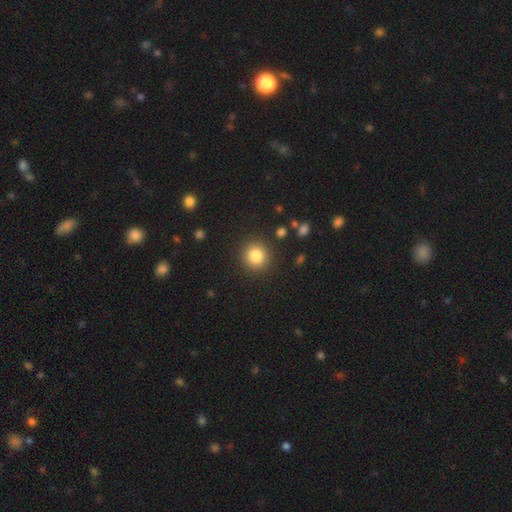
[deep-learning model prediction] The model was most divided on "smooth or featured": smooth: 84%, star or artifact: 10%, featured or disk: 6%. More confident: how rounded — round (93%); merging — none (89%).